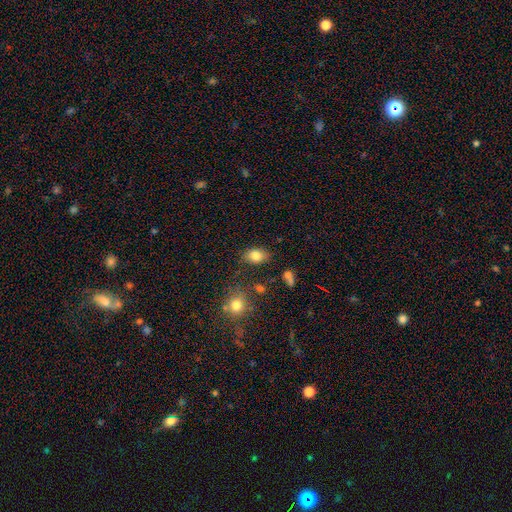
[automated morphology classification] Smooth or featured? smooth (82%)
How rounded? in between (79%)
Merging? none (79%)